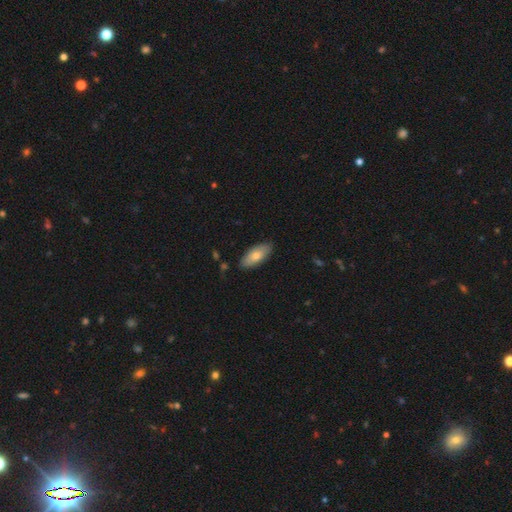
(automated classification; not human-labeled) This appears to be a smooth galaxy with no disk features (72%) that is in between round and cigar-shaped (86%). Merging: none (85%).